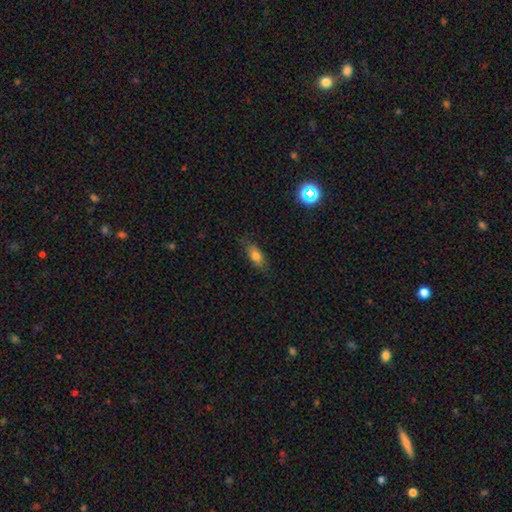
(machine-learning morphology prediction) type=smooth (74%); roundness=in between (79%); merging=none (78%).